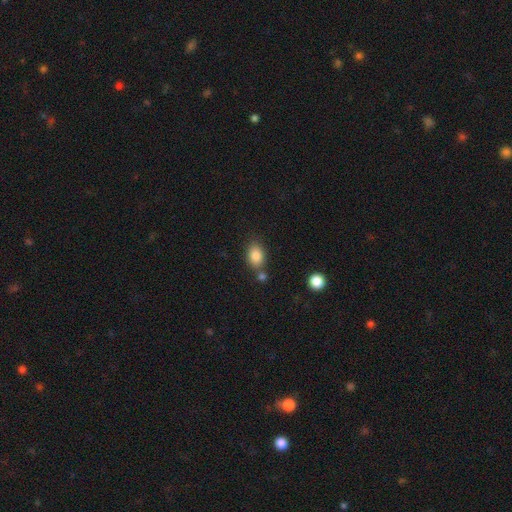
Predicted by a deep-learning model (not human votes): This is clearly a smooth galaxy (85%). How rounded: likely in between (79%). Merging: likely none (66%).